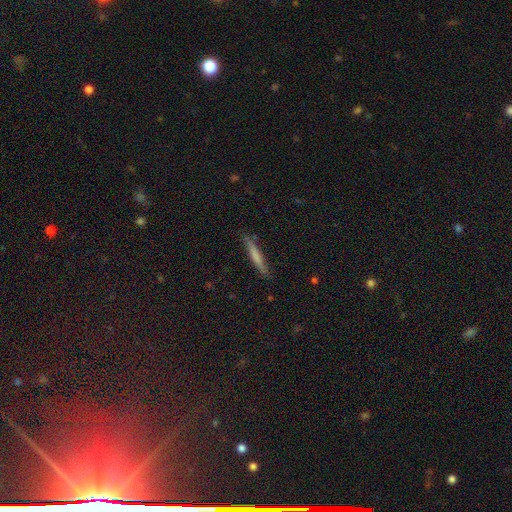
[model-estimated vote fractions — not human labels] The model was most divided on "smooth or featured": smooth: 65%, featured or disk: 29%, star or artifact: 6%. More confident: how rounded — cigar-shaped (95%); merging — none (85%).